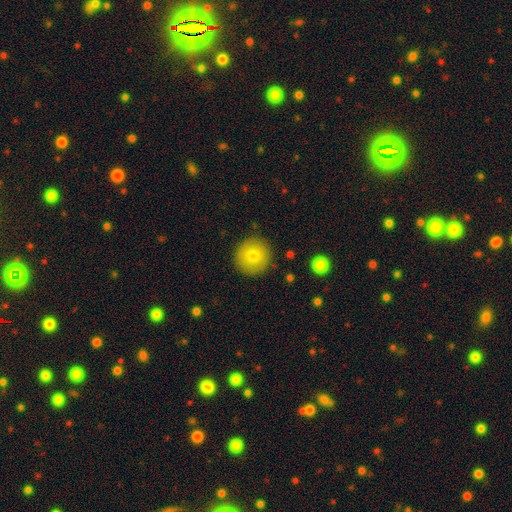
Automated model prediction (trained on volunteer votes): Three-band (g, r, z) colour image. It shows a smooth galaxy with no disk features (75%) that is round (95%). Merging: none (89%).